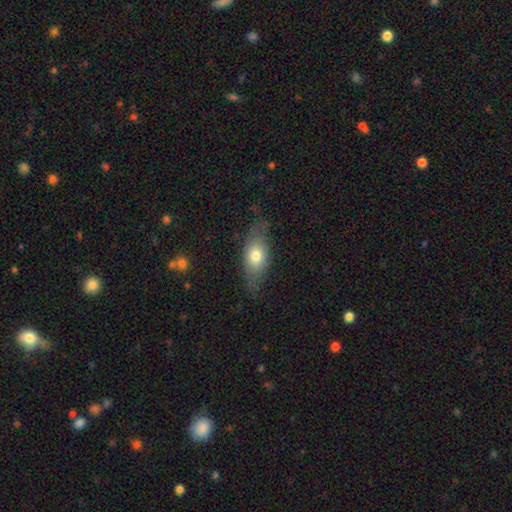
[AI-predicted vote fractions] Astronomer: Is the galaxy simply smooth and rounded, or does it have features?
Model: smooth — 67%.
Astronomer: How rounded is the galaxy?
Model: in between — 78%.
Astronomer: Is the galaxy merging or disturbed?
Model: none — 70%.